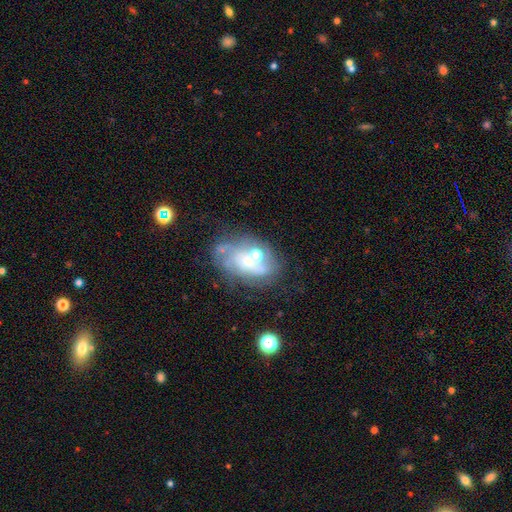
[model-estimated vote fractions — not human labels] Overall: featured or disk (58%; smooth 30%). Edge-on disk: no (96%). Bar: no (82%). Spiral arms: no (54%; yes 46%). Bulge size: moderate (46%; small 38%). Merging: none (39%; merger 24%).